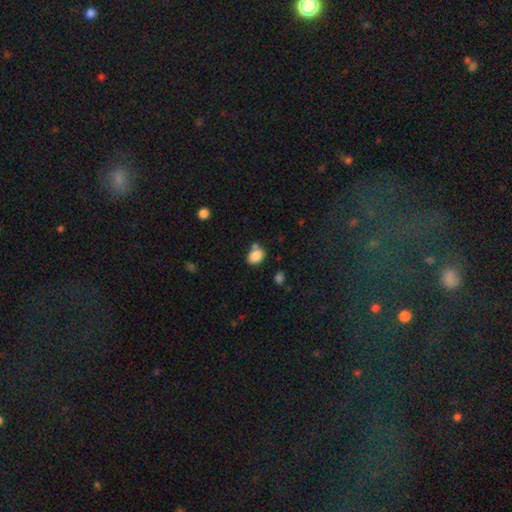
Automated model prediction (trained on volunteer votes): Q: Smooth or featured?
A: smooth (86%); runner-up: star or artifact (9%)
Q: How rounded?
A: in between (76%); runner-up: round (23%)
Q: Merging?
A: none (64%); runner-up: merger (16%)